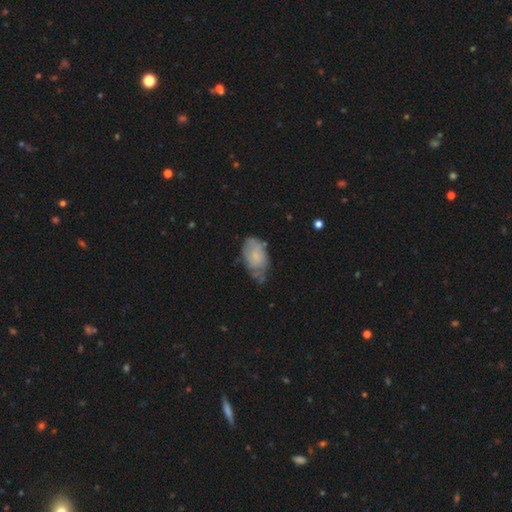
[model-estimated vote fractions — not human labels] Morphology: type=smooth (61%); roundness=in between (92%); merging=none (42%).